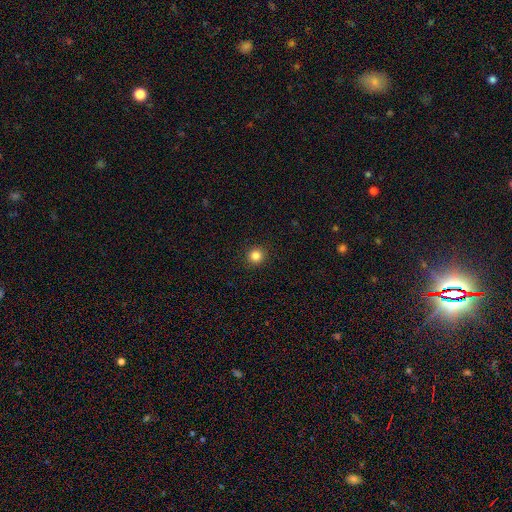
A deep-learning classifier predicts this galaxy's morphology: Q: Smooth or featured?
A: smooth (84%); runner-up: star or artifact (12%)
Q: How rounded?
A: round (94%); runner-up: in between (5%)
Q: Merging?
A: none (93%); runner-up: minor disturbance (5%)